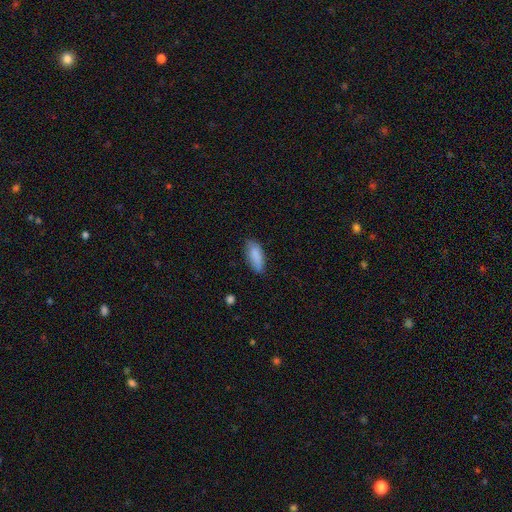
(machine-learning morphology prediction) A smooth galaxy with no disk features (88%) that is in between round and cigar-shaped (79%). Merging: none (80%).